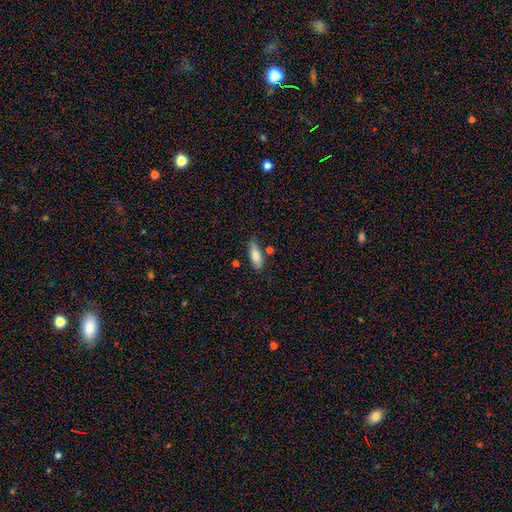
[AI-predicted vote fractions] Smooth or featured: smooth — 79% (featured or disk — 14%)
How rounded: in between — 67% (cigar-shaped — 31%)
Merging: none — 65% (minor disturbance — 22%)